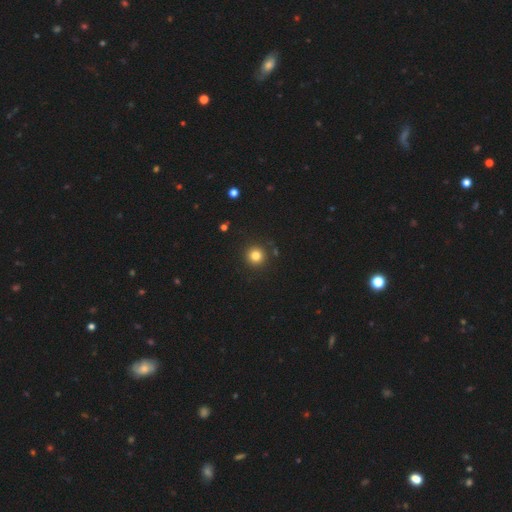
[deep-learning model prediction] smooth 81%, star or artifact 13%, featured or disk 6%. Down the decision tree: how rounded — round (95%); merging — none (90%).